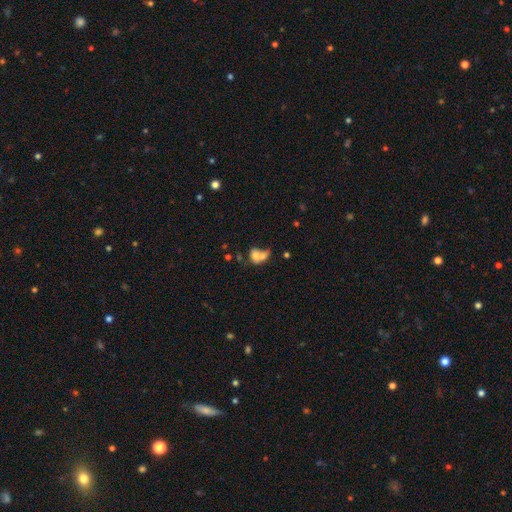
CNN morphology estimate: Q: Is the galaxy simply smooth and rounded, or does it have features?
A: smooth — 65%.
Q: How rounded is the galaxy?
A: in between — 56%.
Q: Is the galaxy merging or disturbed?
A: merger — 65%.